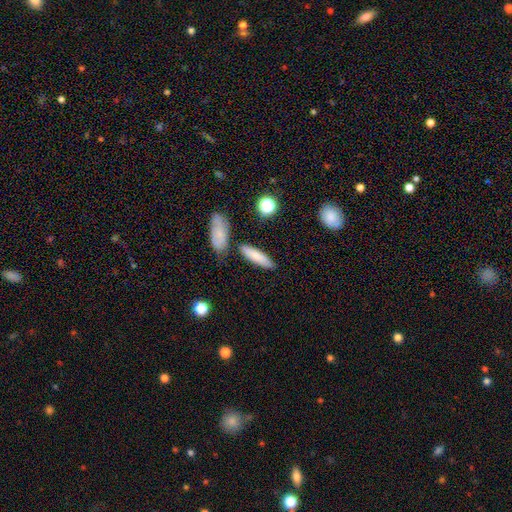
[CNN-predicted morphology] Smooth or featured? Predicted: smooth (p=0.77). How rounded? Predicted: cigar-shaped (p=0.67). Merging? Predicted: none (p=0.76).